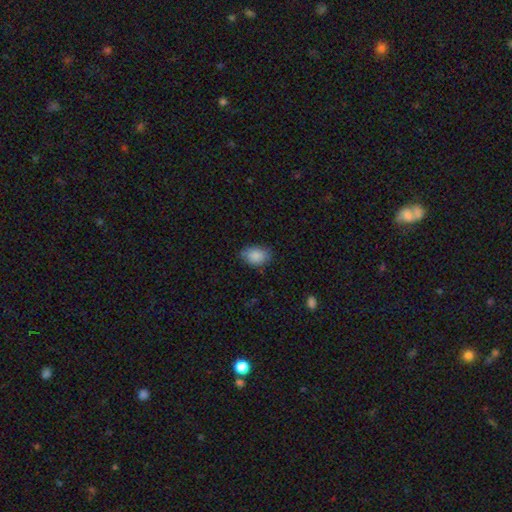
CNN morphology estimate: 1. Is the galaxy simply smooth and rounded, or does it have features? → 87% smooth, 7% star or artifact, 5% featured or disk.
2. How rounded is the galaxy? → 81% in between, 18% round, 1% cigar-shaped.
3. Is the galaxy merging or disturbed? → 78% none, 18% minor disturbance, 3% major disturbance, 1% merger.